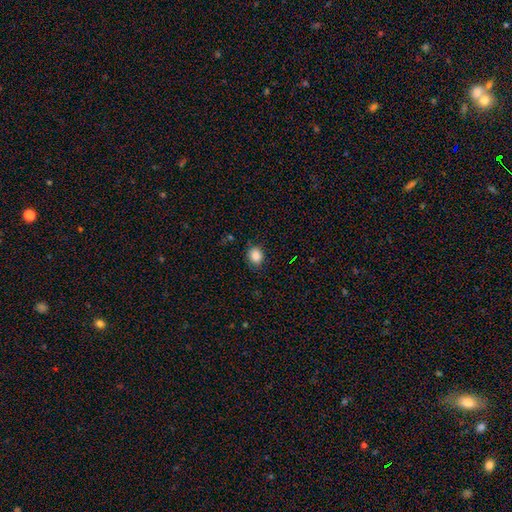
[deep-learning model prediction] Smooth or featured: smooth — 86% (star or artifact — 10%)
How rounded: round — 66% (in between — 33%)
Merging: none — 82% (minor disturbance — 13%)